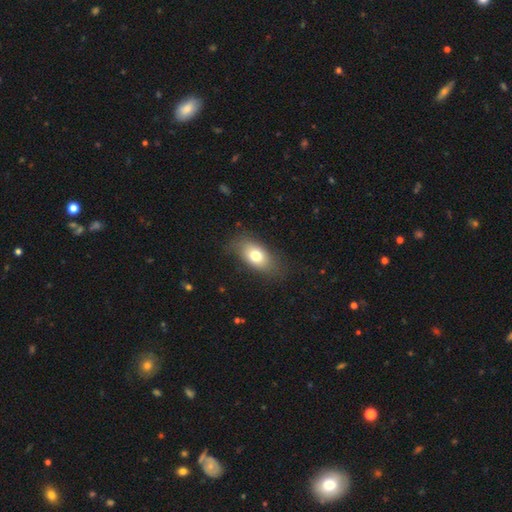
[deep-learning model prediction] A smooth galaxy with no disk features (74%) that is in between round and cigar-shaped (87%).

Vote fractions:
- Smooth or featured? smooth: 74% / featured or disk: 18% / star or artifact: 8%
- How rounded? in between: 87% / round: 9% / cigar-shaped: 4%
- Merging? none: 77% / minor disturbance: 17% / major disturbance: 5% / merger: 1%